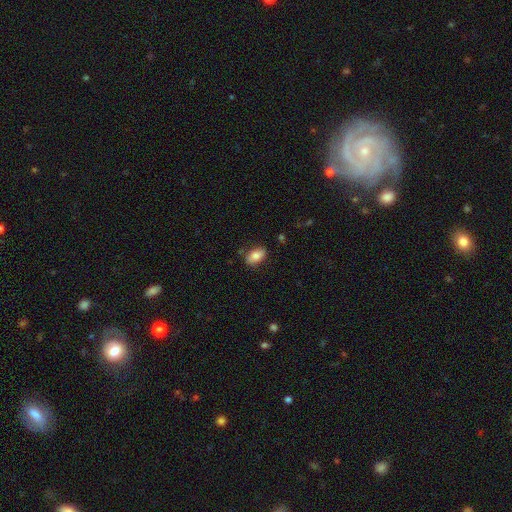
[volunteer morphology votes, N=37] smooth 78%, featured or disk 16%, star or artifact 5%. Down the decision tree: how rounded — in between (97%); merging — none (83%).